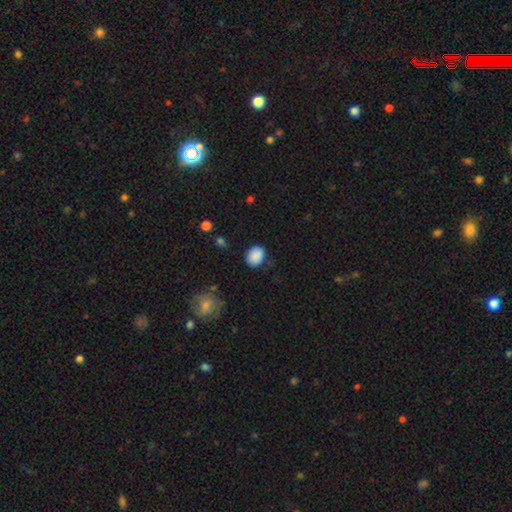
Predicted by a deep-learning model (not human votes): A smooth galaxy with no disk features (88%) that is in between round and cigar-shaped (54%). Merging: none (79%).